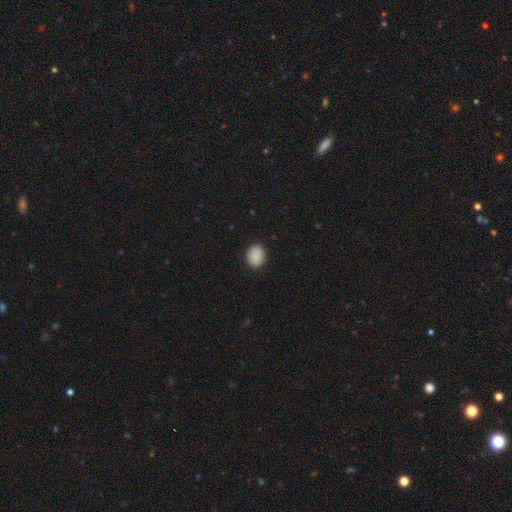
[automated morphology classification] smooth-or-featured: smooth: 89% | star or artifact: 8% | featured or disk: 3%
  how-rounded: in between: 51% | round: 48% | cigar-shaped: 1%
  merging: none: 89% | minor disturbance: 8% | major disturbance: 2% | merger: 1%